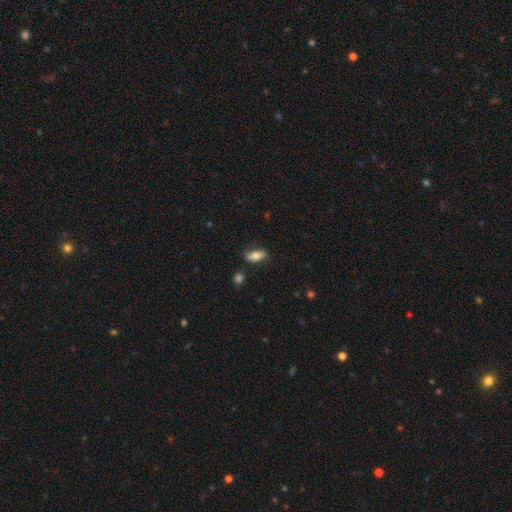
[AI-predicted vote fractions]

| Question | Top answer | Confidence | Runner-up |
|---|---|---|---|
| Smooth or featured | smooth | 67% | featured or disk (26%) |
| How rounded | in between | 81% | cigar-shaped (15%) |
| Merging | none | 73% | minor disturbance (19%) |